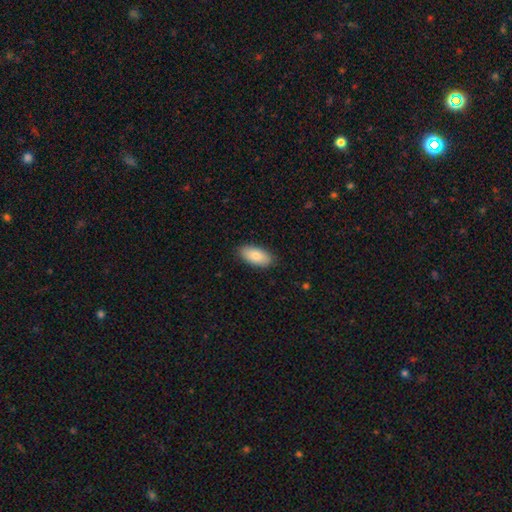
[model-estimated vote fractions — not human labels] Q: Smooth or featured?
A: smooth (84%); runner-up: featured or disk (10%)
Q: How rounded?
A: in between (92%); runner-up: cigar-shaped (6%)
Q: Merging?
A: none (87%); runner-up: minor disturbance (10%)